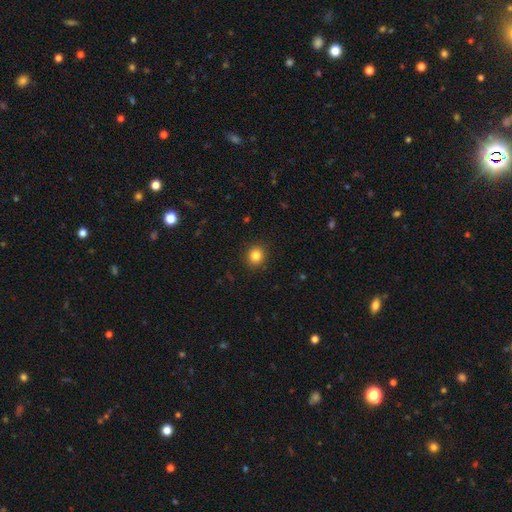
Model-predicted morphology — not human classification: Q: Smooth or featured?
A: smooth (83%); runner-up: star or artifact (11%)
Q: How rounded?
A: round (84%); runner-up: in between (15%)
Q: Merging?
A: none (91%); runner-up: minor disturbance (6%)